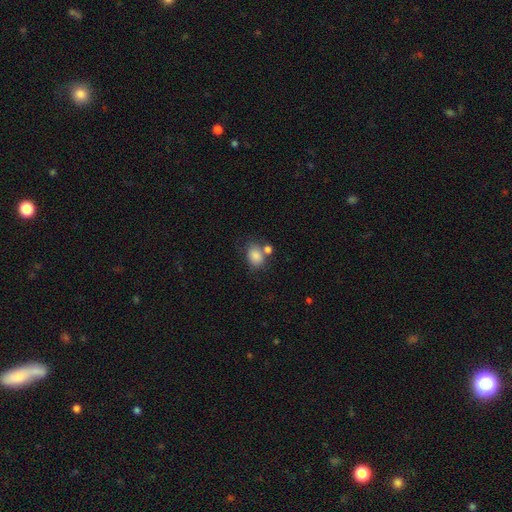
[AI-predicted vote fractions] Smooth or featured? Predicted: smooth (p=0.84). How rounded? Predicted: in between (p=0.66). Merging? Predicted: none (p=0.54).